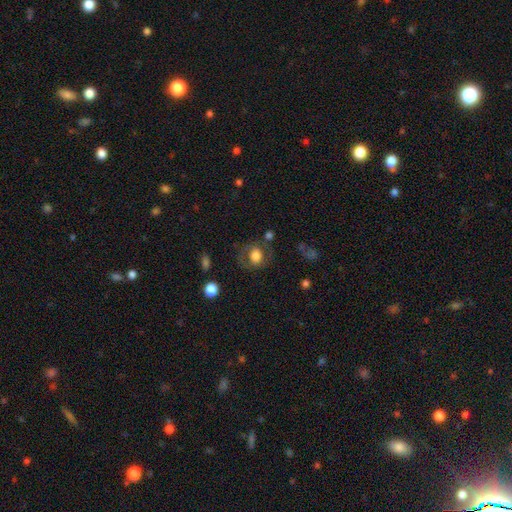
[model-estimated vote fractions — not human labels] smooth-or-featured: smooth: 63% | featured or disk: 29% | star or artifact: 9%
  how-rounded: round: 65% | in between: 34% | cigar-shaped: 1%
  merging: none: 66% | minor disturbance: 17% | major disturbance: 13% | merger: 3%